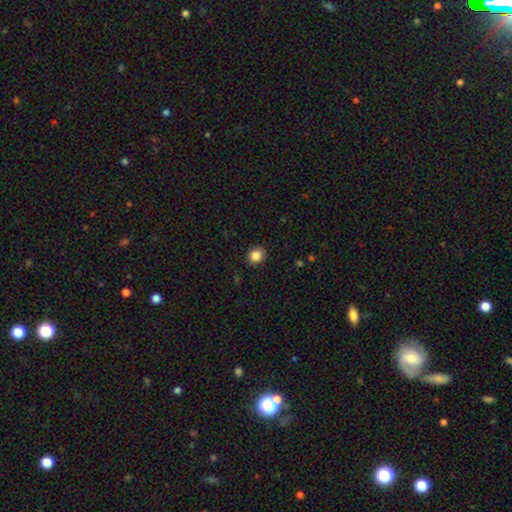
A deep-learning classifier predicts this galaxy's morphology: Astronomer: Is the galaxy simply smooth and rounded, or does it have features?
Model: smooth — 86%.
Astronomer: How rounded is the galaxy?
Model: round — 78%.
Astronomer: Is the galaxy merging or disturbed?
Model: none — 90%.